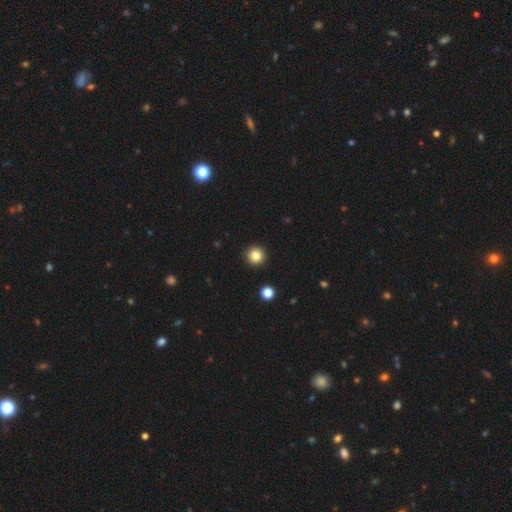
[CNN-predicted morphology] Q: Smooth or featured?
A: smooth (83%); runner-up: star or artifact (12%)
Q: How rounded?
A: round (96%); runner-up: in between (3%)
Q: Merging?
A: none (94%); runner-up: minor disturbance (4%)